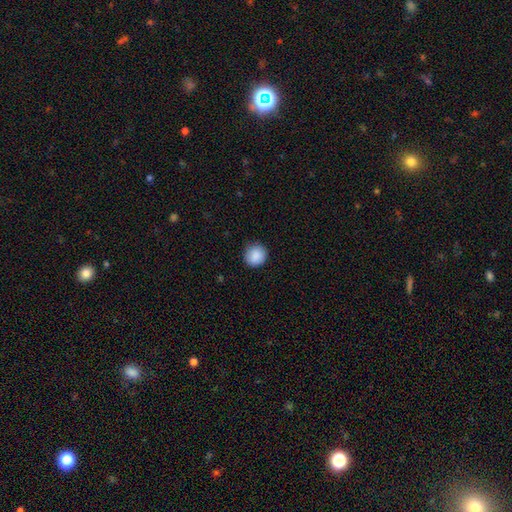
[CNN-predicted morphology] This appears to be a smooth galaxy with no disk features (89%) that is round (88%). Merging: none (86%).